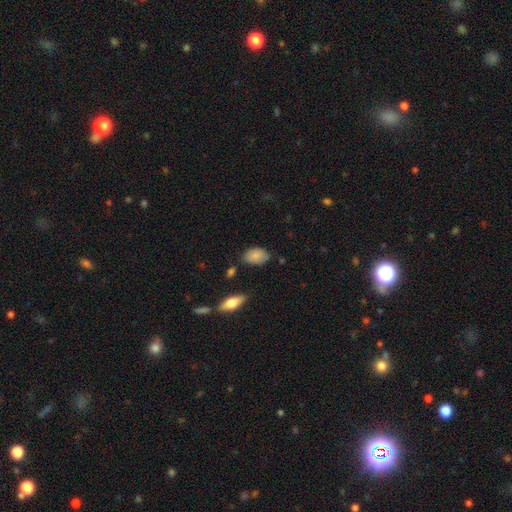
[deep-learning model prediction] This appears to be a smooth galaxy with no disk features (85%) that is in between round and cigar-shaped (91%). Merging: none (71%).